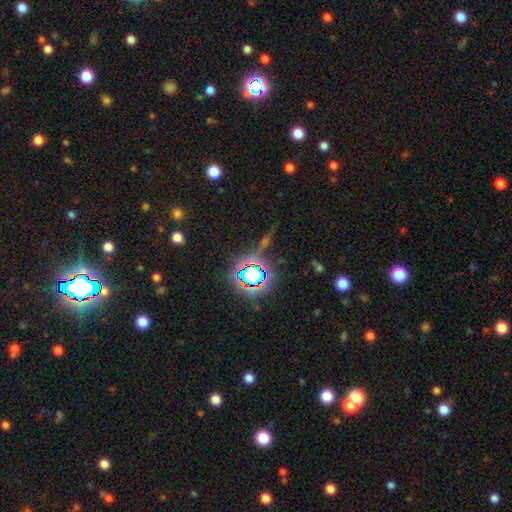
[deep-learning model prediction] star or artifact 81%, smooth 12%, featured or disk 7%.